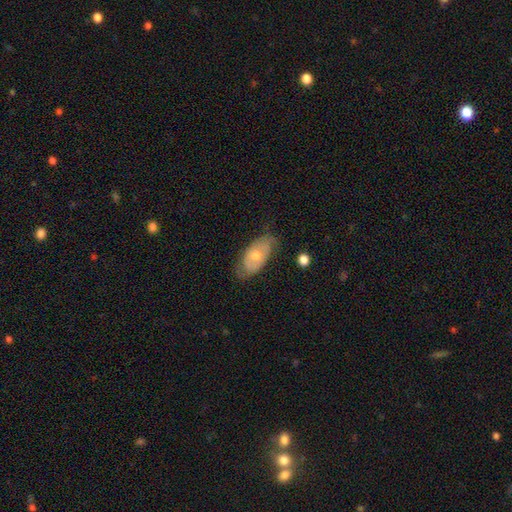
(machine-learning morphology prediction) A featured or disk galaxy (51%). Merging: none (68%).